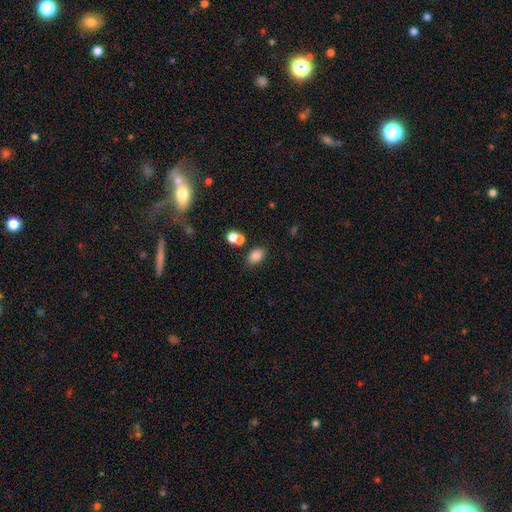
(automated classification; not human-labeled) The model was most divided on "merging": none: 69%, merger: 15%, minor disturbance: 12%, major disturbance: 4%. More confident: how rounded — in between (82%); smooth or featured — smooth (82%).